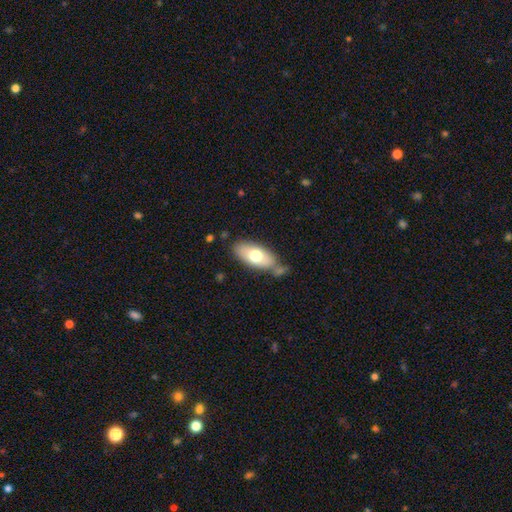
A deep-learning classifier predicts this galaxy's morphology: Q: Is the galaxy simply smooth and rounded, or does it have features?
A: smooth — 67%.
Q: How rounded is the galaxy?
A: in between — 87%.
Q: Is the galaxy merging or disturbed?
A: none — 62%.